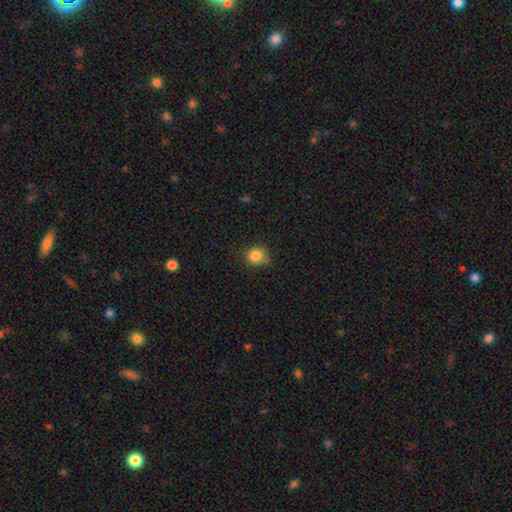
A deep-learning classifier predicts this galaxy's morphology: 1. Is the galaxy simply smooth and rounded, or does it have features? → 84% smooth, 11% star or artifact, 5% featured or disk.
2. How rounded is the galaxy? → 79% round, 20% in between, 1% cigar-shaped.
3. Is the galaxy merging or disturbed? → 70% none, 20% minor disturbance, 6% merger, 4% major disturbance.